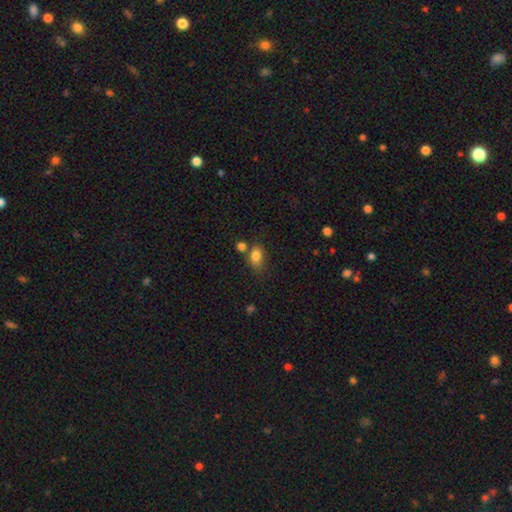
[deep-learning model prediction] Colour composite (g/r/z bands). It shows a smooth galaxy with no disk features (83%) that is in between round and cigar-shaped (80%). Merging: none (57%).